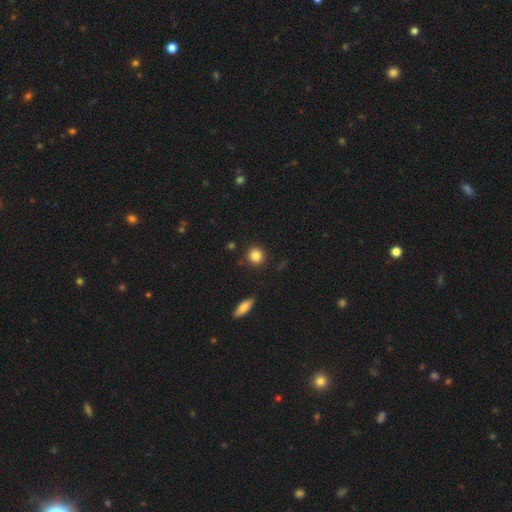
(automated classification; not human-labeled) Overall: smooth (85%). How rounded: round (90%). Merging: none (89%).